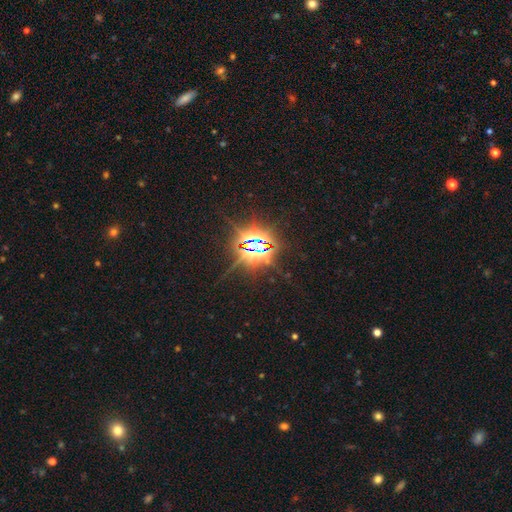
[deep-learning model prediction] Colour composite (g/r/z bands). It shows a star or artifact, not a galaxy (85%).